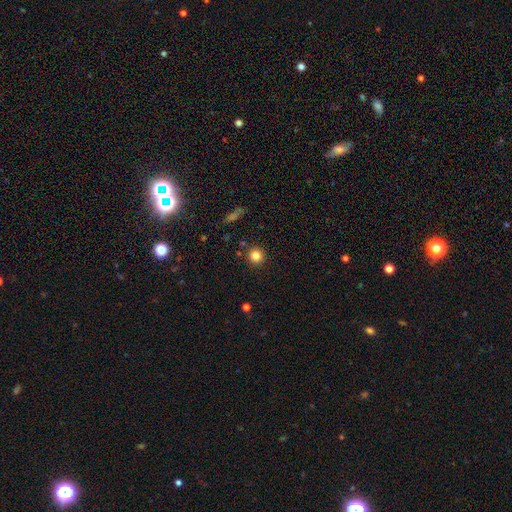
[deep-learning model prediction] Smooth or featured?
  - smooth: 83% *
  - star or artifact: 12%
  - featured or disk: 5%
How rounded?
  - round: 94% *
  - in between: 5%
  - cigar-shaped: 1%
Merging?
  - none: 90% *
  - minor disturbance: 6%
  - merger: 2%
  - major disturbance: 2%